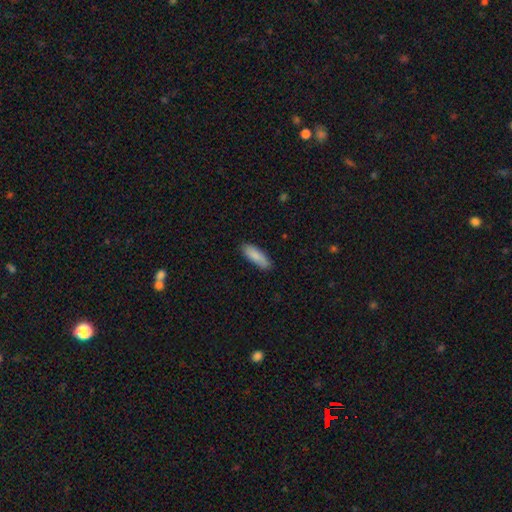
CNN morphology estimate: Smooth or featured? Predicted: smooth (p=0.88). How rounded? Predicted: in between (p=0.55). Merging? Predicted: none (p=0.85).